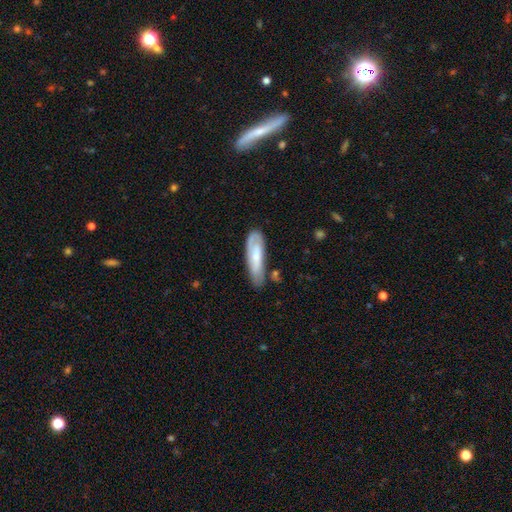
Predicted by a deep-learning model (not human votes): Q: Smooth or featured?
A: smooth (55%); runner-up: featured or disk (39%)
Q: How rounded?
A: cigar-shaped (55%); runner-up: in between (43%)
Q: Merging?
A: none (62%); runner-up: minor disturbance (25%)